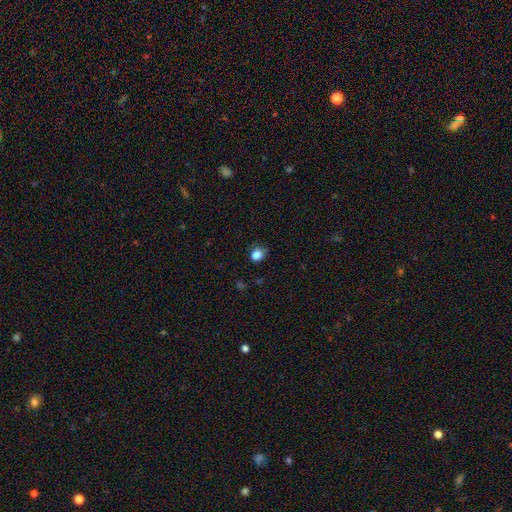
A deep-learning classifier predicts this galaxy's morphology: The model was most divided on "how rounded": round: 74%, in between: 25%, cigar-shaped: 1%. More confident: smooth or featured — smooth (83%); merging — none (73%).